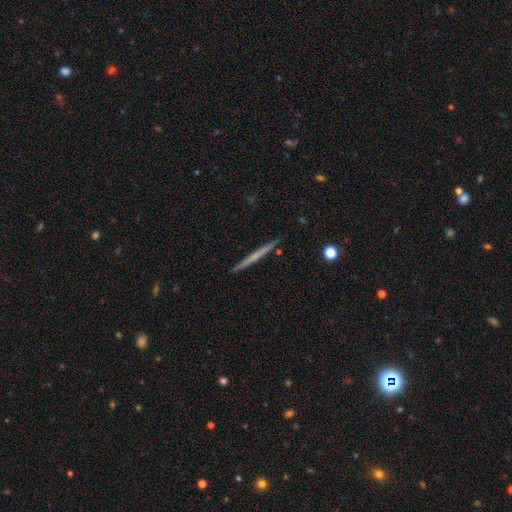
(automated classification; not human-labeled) Smooth or featured? featured or disk (48%)
Merging? none (92%)